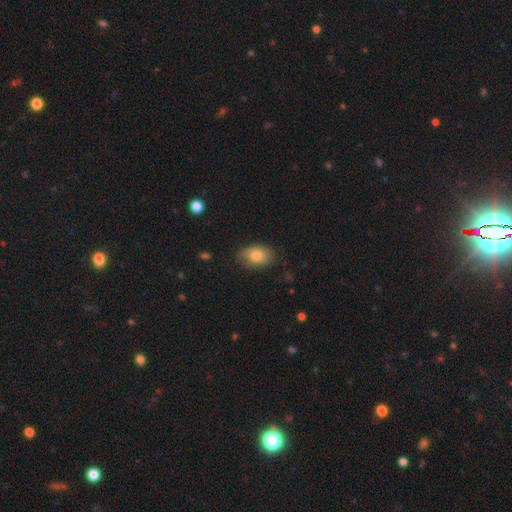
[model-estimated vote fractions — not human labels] The model was most divided on "merging": none: 73%, minor disturbance: 22%, major disturbance: 4%, merger: 1%. More confident: how rounded — in between (85%); smooth or featured — smooth (79%).